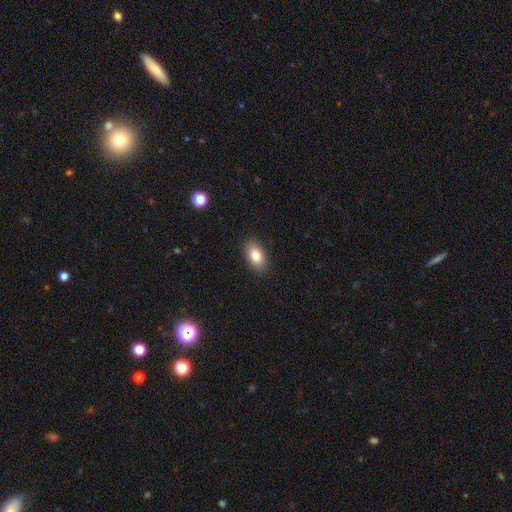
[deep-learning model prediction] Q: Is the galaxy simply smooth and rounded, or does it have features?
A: smooth — 83%.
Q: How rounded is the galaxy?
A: in between — 91%.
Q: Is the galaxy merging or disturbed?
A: none — 88%.